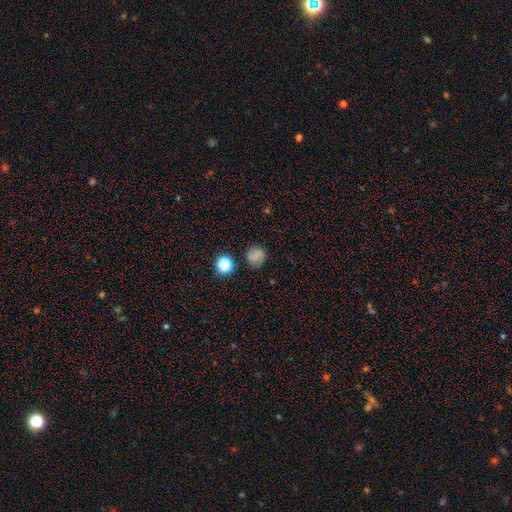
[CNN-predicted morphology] Overall: smooth (67%). How rounded: round (87%). Merging: none (80%).